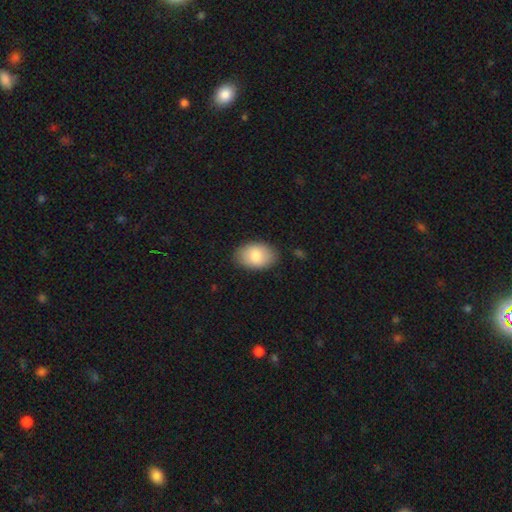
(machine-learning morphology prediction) Smooth or featured? smooth (82%)
How rounded? in between (89%)
Merging? none (85%)